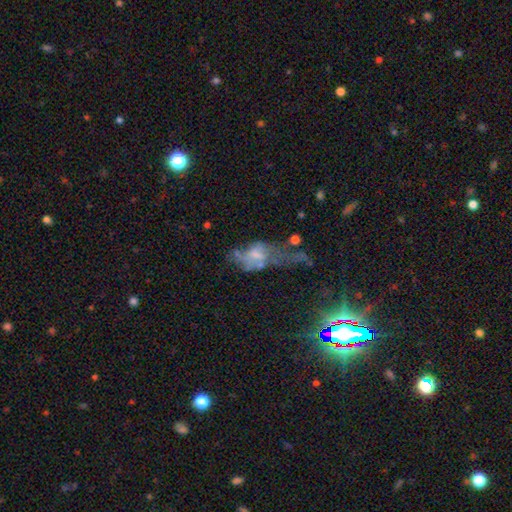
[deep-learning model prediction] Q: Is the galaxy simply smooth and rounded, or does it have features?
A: featured or disk — 50%.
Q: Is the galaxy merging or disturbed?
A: major disturbance — 48%.